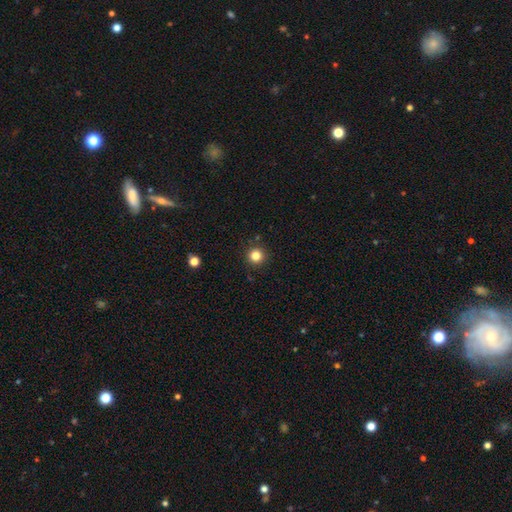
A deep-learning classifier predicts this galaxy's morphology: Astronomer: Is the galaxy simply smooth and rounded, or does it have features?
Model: smooth — 82%.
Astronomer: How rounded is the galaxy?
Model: round — 96%.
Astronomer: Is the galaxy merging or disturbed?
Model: none — 91%.